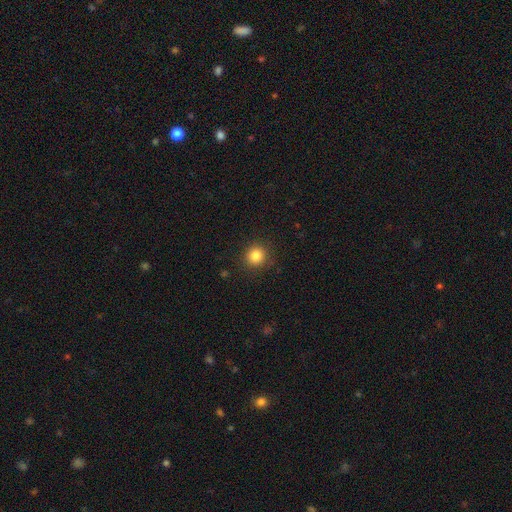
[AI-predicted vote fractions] A smooth galaxy with no disk features (84%) that is round (91%). Merging: none (90%).